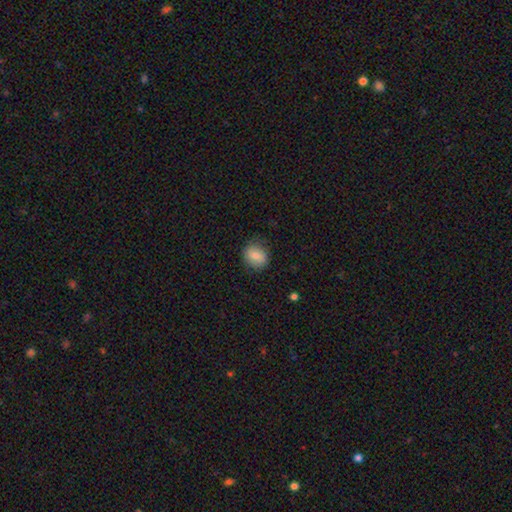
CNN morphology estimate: Overall: smooth (80%). How rounded: round (63%; in between 36%). Merging: none (82%).